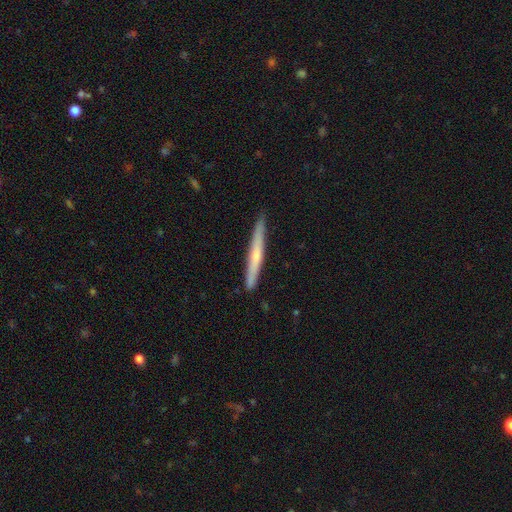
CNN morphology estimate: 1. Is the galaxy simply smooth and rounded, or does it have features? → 52% featured or disk, 42% smooth, 6% star or artifact.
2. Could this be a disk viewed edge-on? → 96% yes, 4% no.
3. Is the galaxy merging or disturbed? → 89% none, 8% minor disturbance, 1% major disturbance, 1% merger.